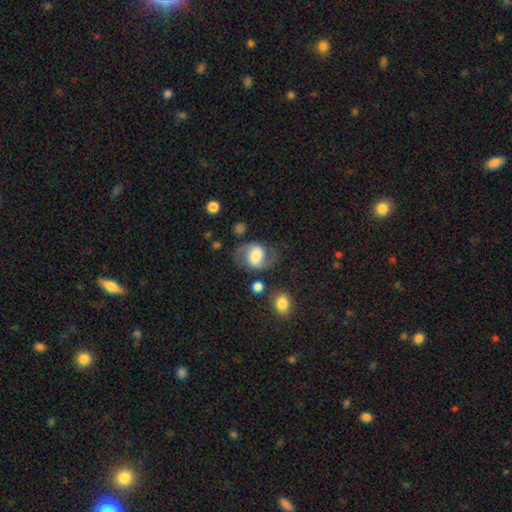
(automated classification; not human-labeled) This is likely a featured or disk galaxy (63%). It is clearly not viewed edge-on (97%). Bar: marginally no (40%). Spiral arm pattern: clearly yes (87%). Spiral arm count: clearly 2 (90%). Spiral winding: possibly medium (50%). Central bulge: marginally large (43%). Merging: likely none (67%).